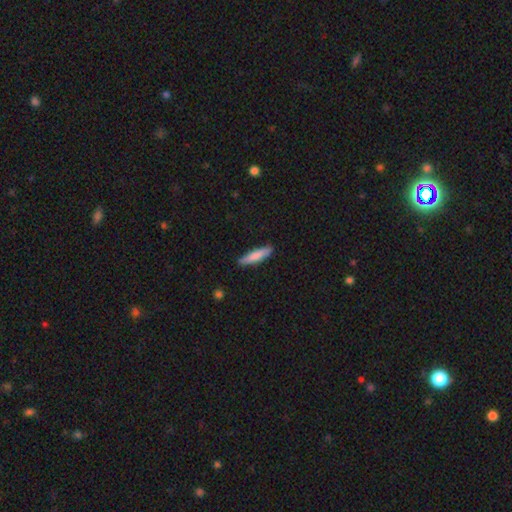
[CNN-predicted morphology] type=smooth (79%); roundness=cigar-shaped (83%); merging=none (87%).